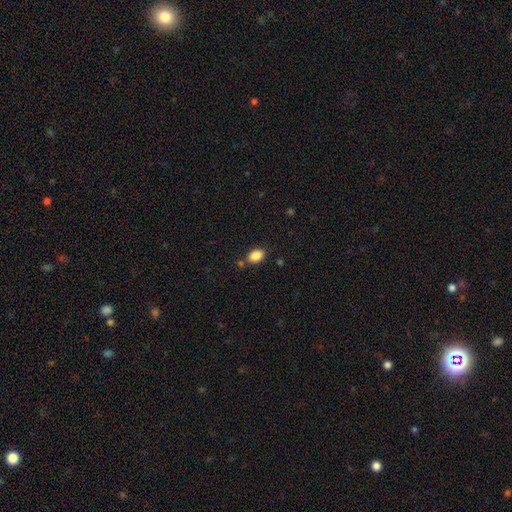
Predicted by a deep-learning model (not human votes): Q: Smooth or featured?
A: smooth (87%); runner-up: star or artifact (9%)
Q: How rounded?
A: in between (85%); runner-up: round (14%)
Q: Merging?
A: none (78%); runner-up: minor disturbance (12%)